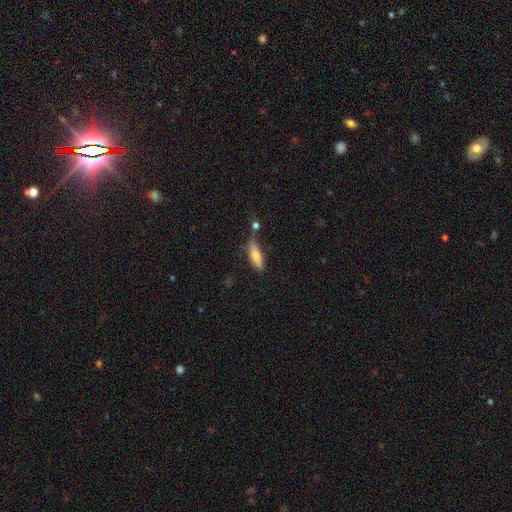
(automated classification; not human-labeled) Smooth or featured? Predicted: smooth (p=0.72). How rounded? Predicted: cigar-shaped (p=0.55). Merging? Predicted: none (p=0.59).